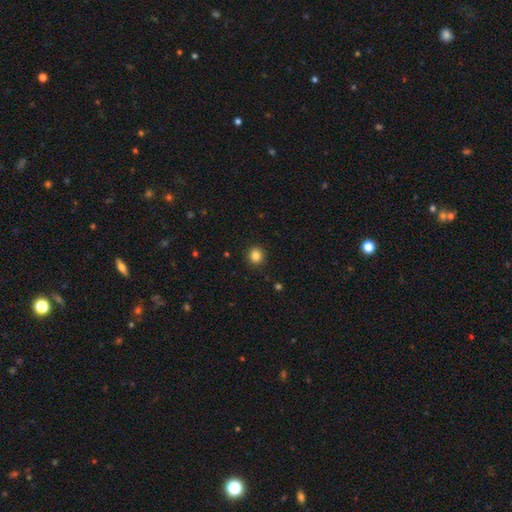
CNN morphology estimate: This appears to be a smooth galaxy with no disk features (85%) that is round (91%). Merging: none (92%).